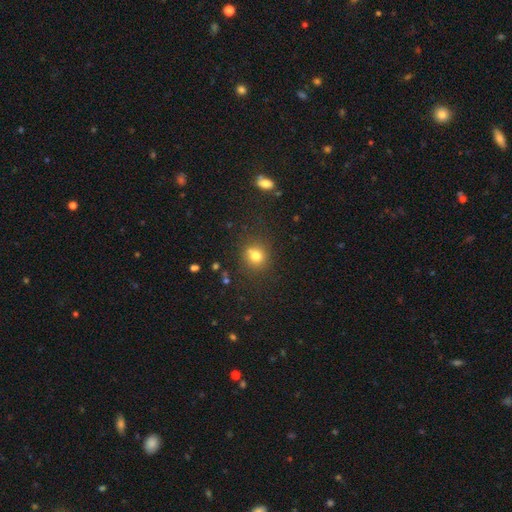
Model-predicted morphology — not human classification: smooth_or_featured: smooth (p=0.76) [alt: star or artifact p=0.15]
how_rounded: round (p=0.82) [alt: in between p=0.17]
merging: none (p=0.74) [alt: minor disturbance p=0.12]